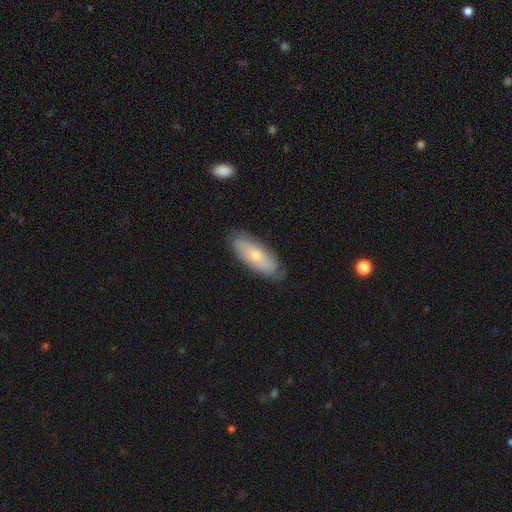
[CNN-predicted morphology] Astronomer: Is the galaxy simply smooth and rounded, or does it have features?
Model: smooth — 55% (runner-up: featured or disk, 39%).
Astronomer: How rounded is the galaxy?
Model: in between — 77%.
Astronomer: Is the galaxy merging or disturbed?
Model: none — 79%.